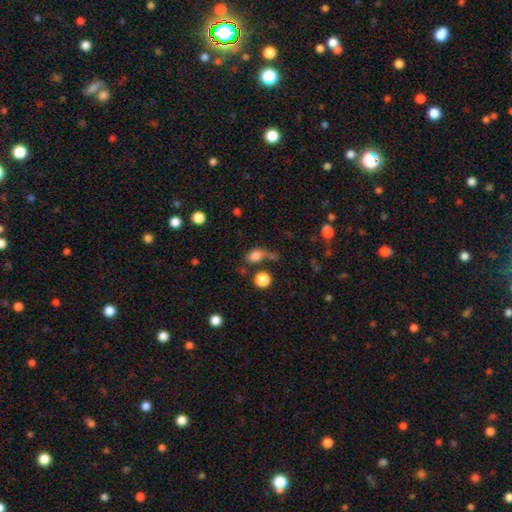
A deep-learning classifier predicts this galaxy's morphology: Smooth or featured?
  - smooth: 79% *
  - star or artifact: 13%
  - featured or disk: 8%
How rounded?
  - in between: 70% *
  - round: 27%
  - cigar-shaped: 3%
Merging?
  - none: 46% *
  - minor disturbance: 23%
  - merger: 17%
  - major disturbance: 14%